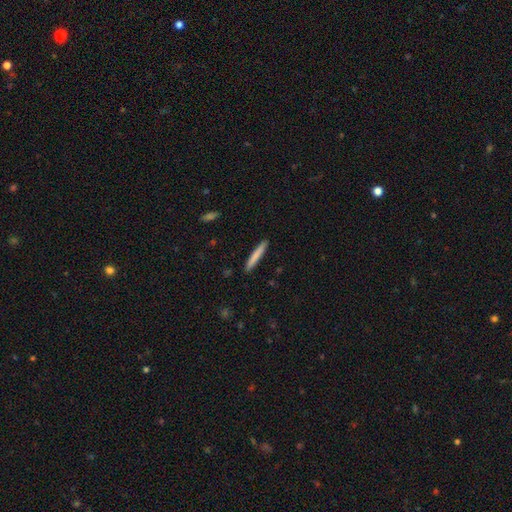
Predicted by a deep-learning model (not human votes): Morphology: type=smooth (79%); roundness=cigar-shaped (95%); merging=none (91%).